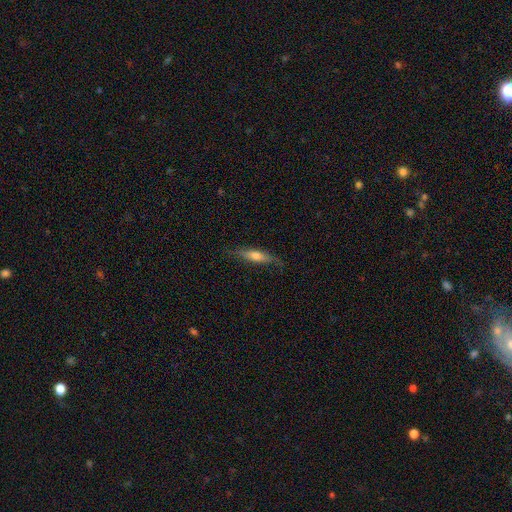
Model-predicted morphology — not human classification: Smooth or featured? Predicted: smooth (p=0.49). Merging? Predicted: none (p=0.78).